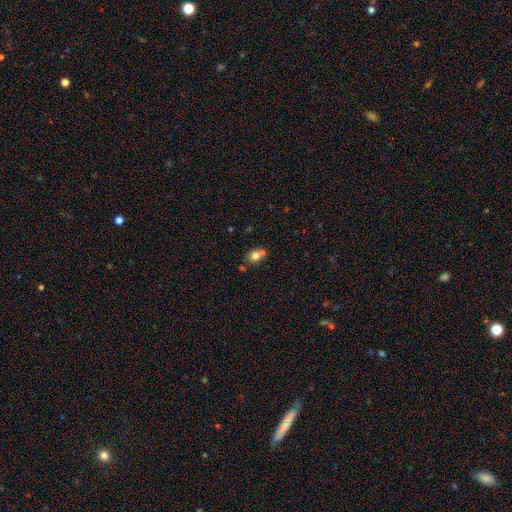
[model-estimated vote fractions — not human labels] Smooth or featured?
  - smooth: 76% *
  - featured or disk: 12%
  - star or artifact: 11%
How rounded?
  - round: 59% *
  - in between: 40%
  - cigar-shaped: 1%
Merging?
  - none: 48% *
  - merger: 37%
  - minor disturbance: 11%
  - major disturbance: 4%